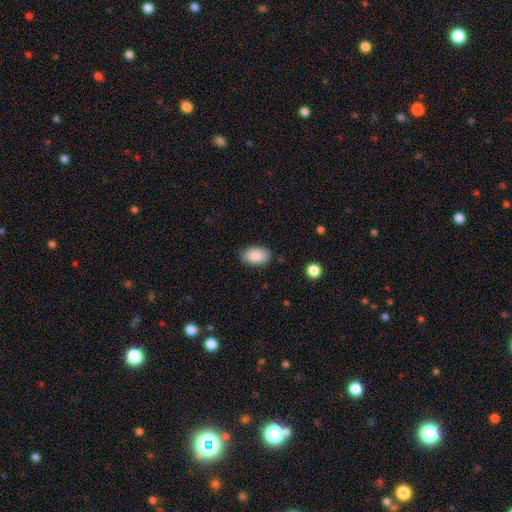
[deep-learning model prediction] smooth 89%, star or artifact 7%, featured or disk 4%. Down the decision tree: how rounded — in between (92%); merging — none (84%).